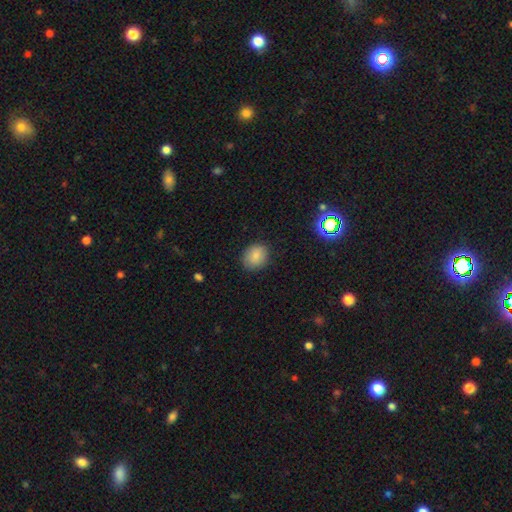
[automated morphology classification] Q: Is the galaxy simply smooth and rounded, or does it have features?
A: smooth — 84%.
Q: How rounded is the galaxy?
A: round — 59%.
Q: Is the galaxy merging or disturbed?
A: none — 86%.